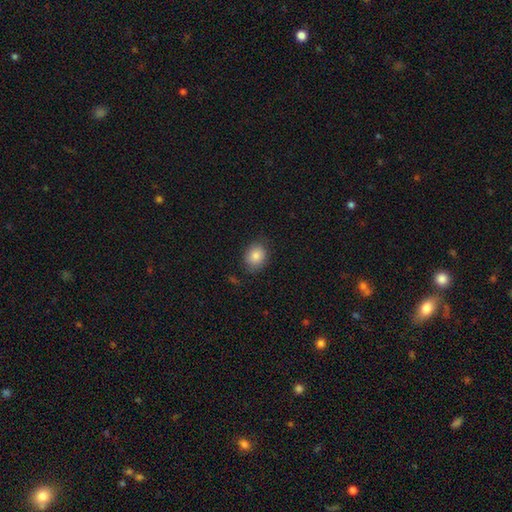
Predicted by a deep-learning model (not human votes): A smooth galaxy with no disk features (84%) that is round (56%).

Vote fractions:
- Smooth or featured? smooth: 84% / star or artifact: 9% / featured or disk: 7%
- How rounded? round: 56% / in between: 43% / cigar-shaped: 1%
- Merging? none: 81% / minor disturbance: 14% / major disturbance: 3% / merger: 1%